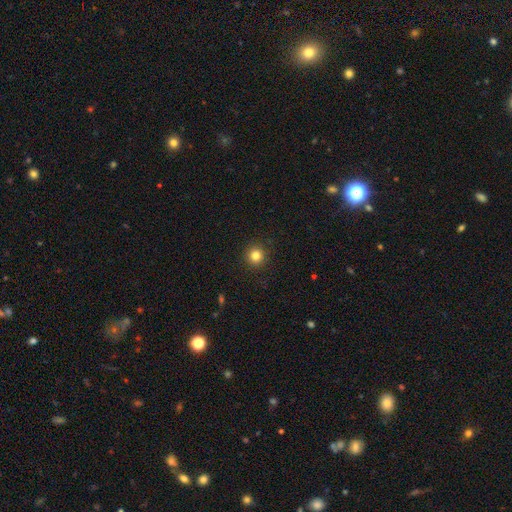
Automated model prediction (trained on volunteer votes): Overall: smooth (82%). How rounded: round (95%). Merging: none (93%).